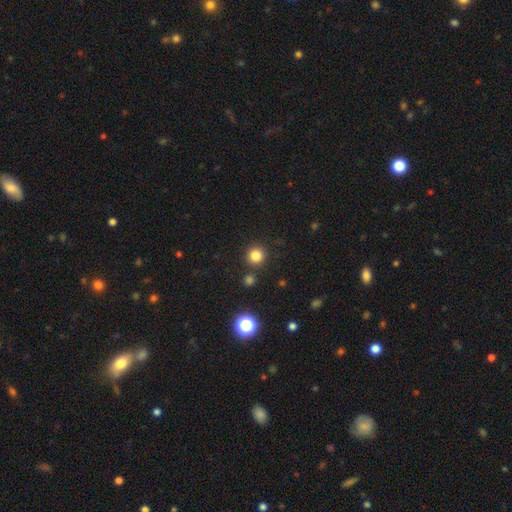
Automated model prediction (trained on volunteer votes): smooth 82%, star or artifact 14%, featured or disk 4%. Down the decision tree: how rounded — round (94%); merging — none (87%).